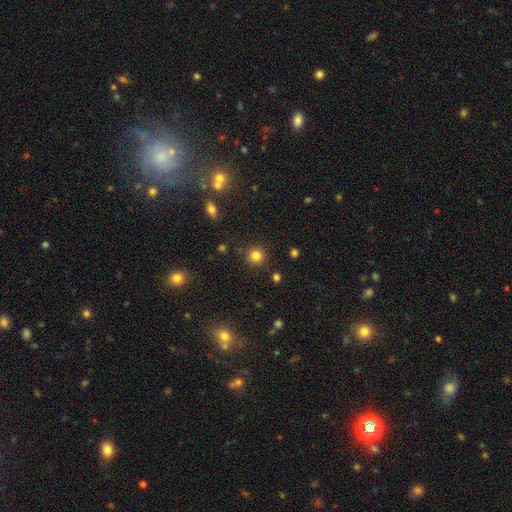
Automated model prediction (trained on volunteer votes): smooth-or-featured: smooth: 82% | star or artifact: 12% | featured or disk: 5%
  how-rounded: round: 93% | in between: 6% | cigar-shaped: 1%
  merging: none: 89% | minor disturbance: 6% | major disturbance: 2% | merger: 2%